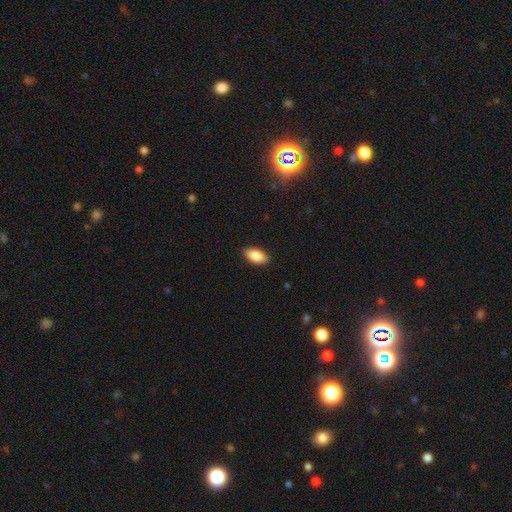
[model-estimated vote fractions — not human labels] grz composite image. It shows a smooth galaxy with no disk features (88%) that is in between round and cigar-shaped (92%). Merging: none (89%).